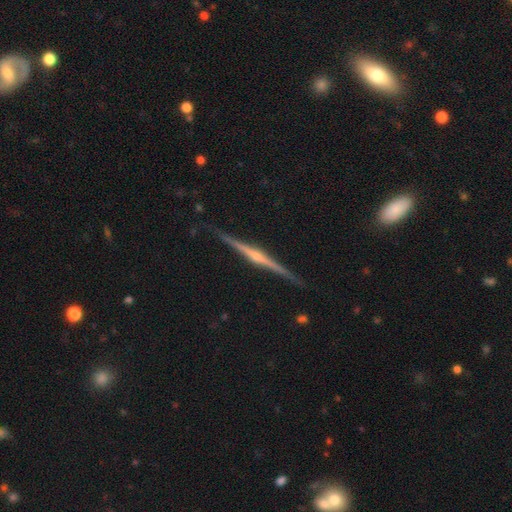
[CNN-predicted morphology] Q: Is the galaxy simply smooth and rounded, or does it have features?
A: featured or disk — 86%.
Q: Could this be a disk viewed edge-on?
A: yes — 99%.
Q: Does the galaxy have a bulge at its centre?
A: rounded — 85%.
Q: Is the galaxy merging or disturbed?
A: none — 89%.